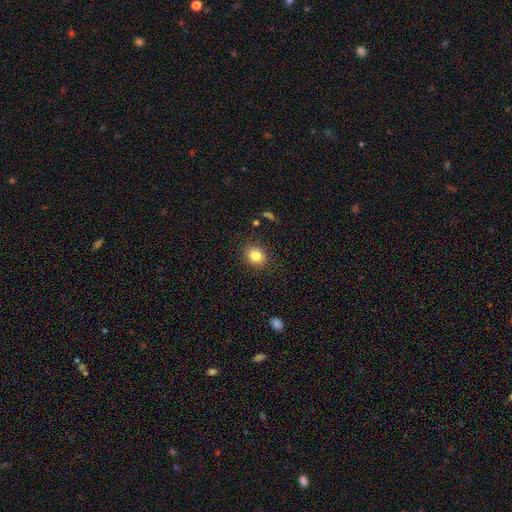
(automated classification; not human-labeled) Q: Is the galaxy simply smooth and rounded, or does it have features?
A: smooth — 83%.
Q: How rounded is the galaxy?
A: round — 59%.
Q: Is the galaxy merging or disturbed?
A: none — 88%.